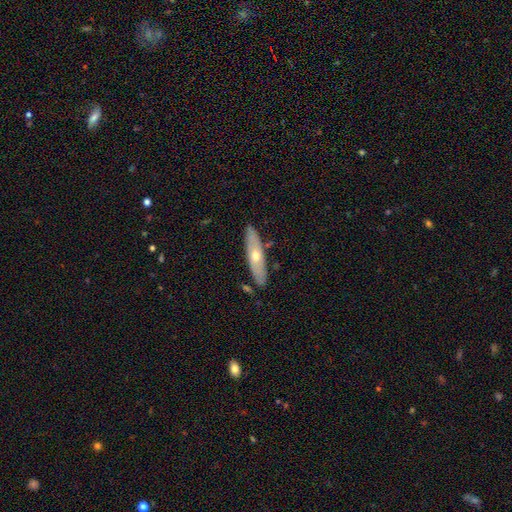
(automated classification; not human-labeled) Smooth or featured: featured or disk — 52% (smooth — 42%)
Edge-on disk: yes — 57% (no — 43%)
Merging: none — 85% (minor disturbance — 10%)